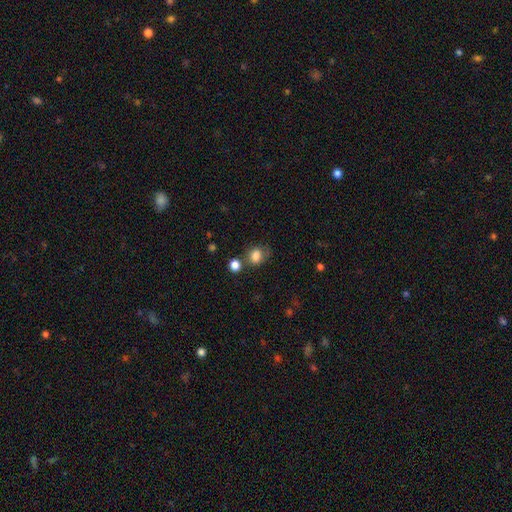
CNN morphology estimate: Smooth or featured? Predicted: smooth (p=0.82). How rounded? Predicted: round (p=0.52). Merging? Predicted: none (p=0.54).